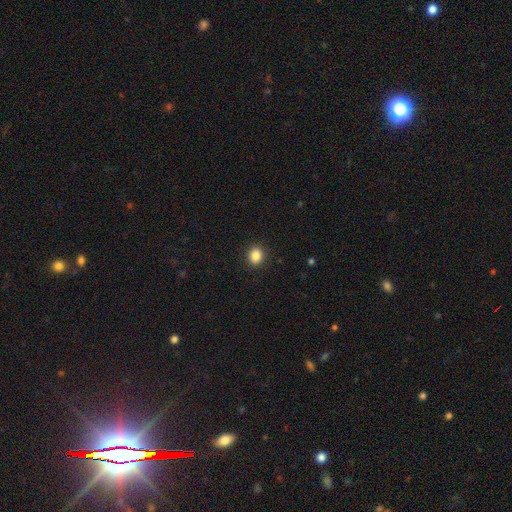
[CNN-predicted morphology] Smooth or featured? Predicted: smooth (p=0.86). How rounded? Predicted: round (p=0.58). Merging? Predicted: none (p=0.91).